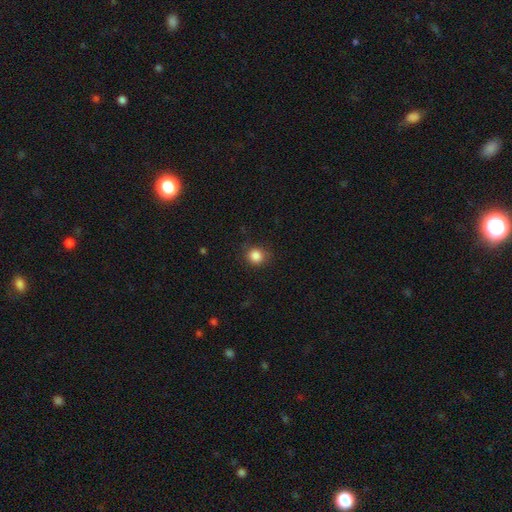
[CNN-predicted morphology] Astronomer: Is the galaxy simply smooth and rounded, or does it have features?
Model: smooth — 86%.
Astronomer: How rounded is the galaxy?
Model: round — 86%.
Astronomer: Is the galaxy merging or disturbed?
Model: none — 84%.